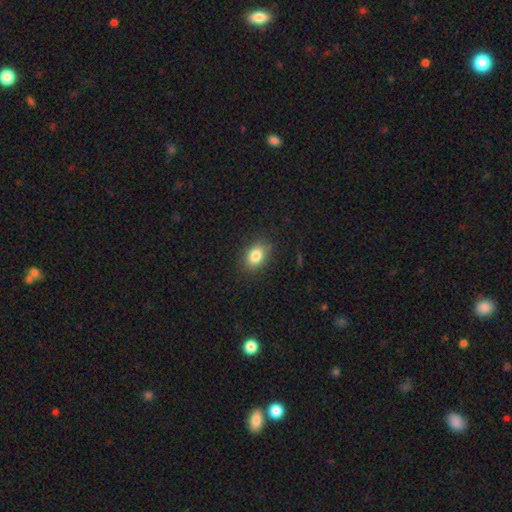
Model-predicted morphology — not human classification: smooth-or-featured: smooth: 83% | star or artifact: 9% | featured or disk: 7%
  how-rounded: in between: 78% | round: 20% | cigar-shaped: 2%
  merging: none: 83% | minor disturbance: 12% | major disturbance: 3% | merger: 1%